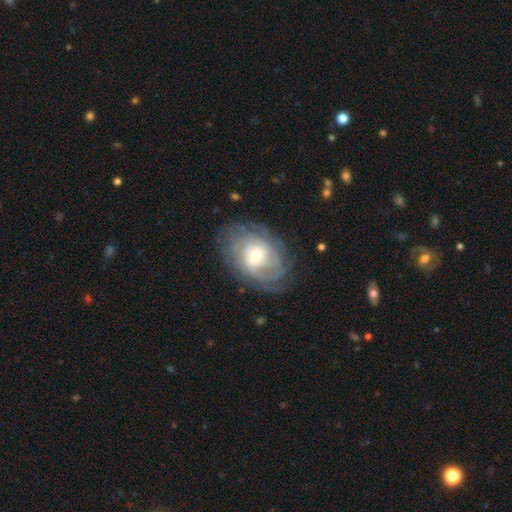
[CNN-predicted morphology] Overall: featured or disk (79%). Edge-on disk: no (96%). Bar: no (55%; weak 37%). Spiral arms: yes (90%). Spiral arm count: can't tell (50%; 2 17%). Spiral winding: tight (66%). Bulge size: moderate (53%; small 38%). Merging: none (74%).